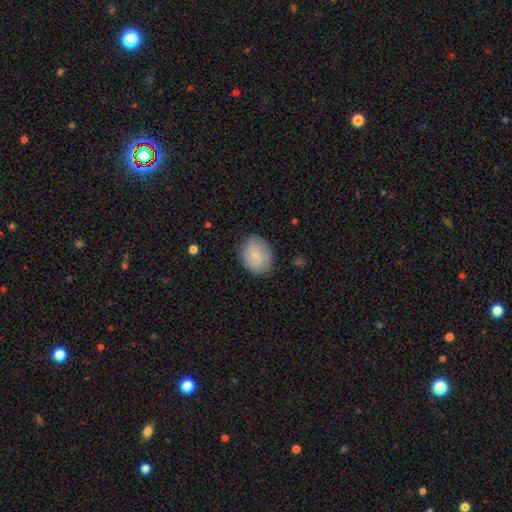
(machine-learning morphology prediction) type=smooth (76%); roundness=round (51%); merging=none (83%).